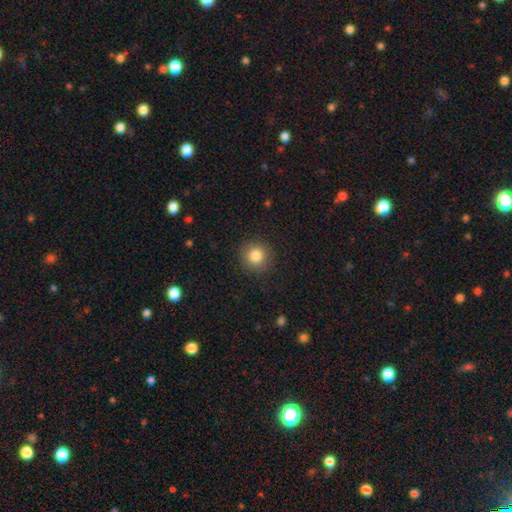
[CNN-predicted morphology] smooth_or_featured: smooth (p=0.83) [alt: star or artifact p=0.10]
how_rounded: round (p=0.92) [alt: in between p=0.07]
merging: none (p=0.90) [alt: minor disturbance p=0.07]